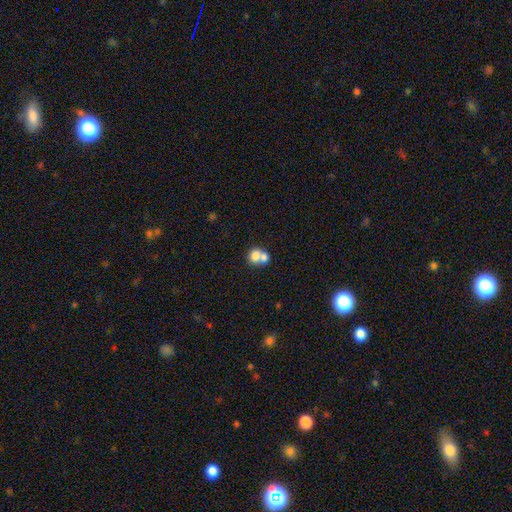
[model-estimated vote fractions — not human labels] The model was most divided on "how rounded": round: 67%, in between: 32%, cigar-shaped: 1%. More confident: smooth or featured — smooth (73%); merging — merger (65%).